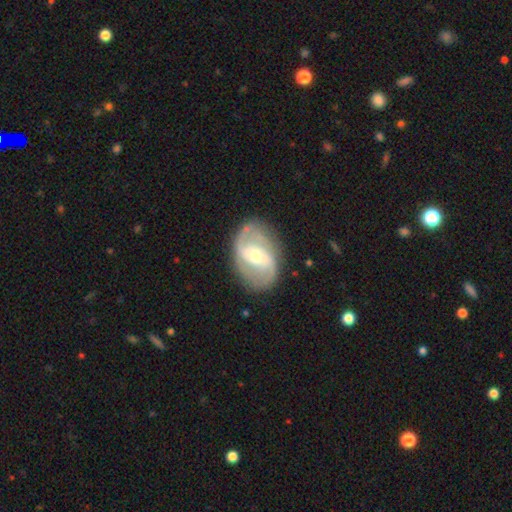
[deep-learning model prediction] Overall: featured or disk (83%). Edge-on disk: no (97%). Bar: weak (45%; no 29%). Spiral arms: yes (93%). Spiral arm count: 2 (82%). Spiral winding: medium (48%; tight 27%). Bulge size: moderate (57%; small 37%). Merging: none (79%).